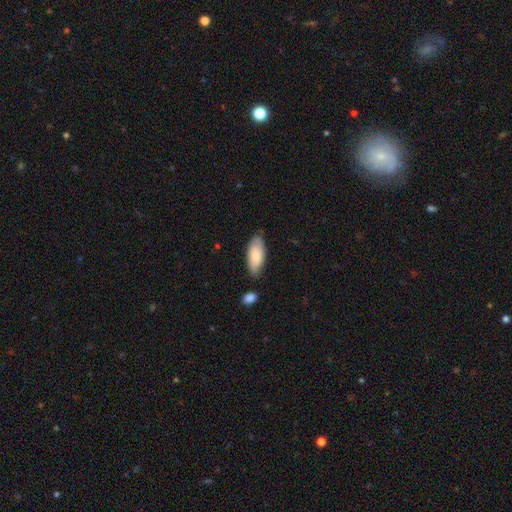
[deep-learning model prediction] Smooth or featured? smooth (79%)
How rounded? in between (87%)
Merging? none (73%)